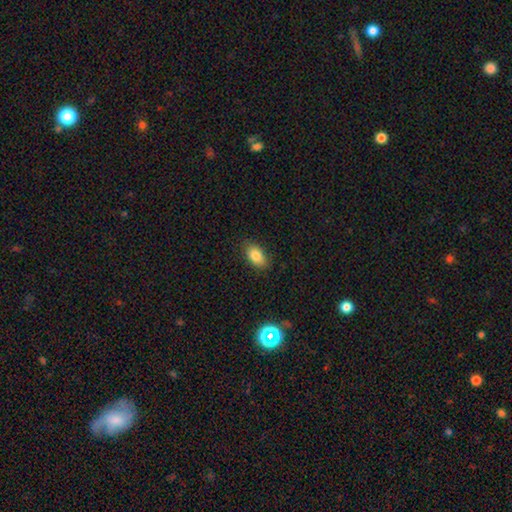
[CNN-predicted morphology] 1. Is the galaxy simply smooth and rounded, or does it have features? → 82% smooth, 9% star or artifact, 9% featured or disk.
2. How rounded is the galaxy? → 89% in between, 8% round, 2% cigar-shaped.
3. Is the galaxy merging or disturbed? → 83% none, 13% minor disturbance, 3% major disturbance, 1% merger.